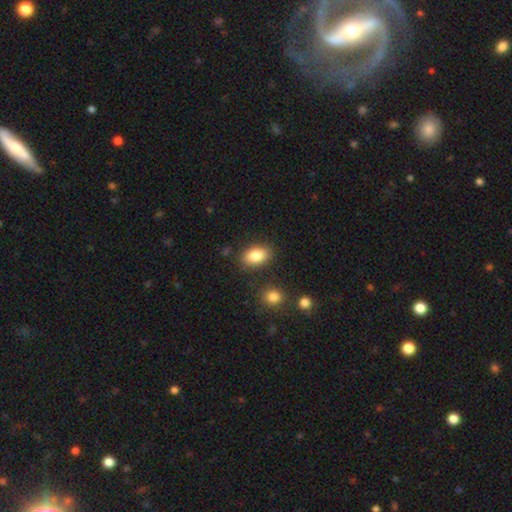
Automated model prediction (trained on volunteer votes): A smooth galaxy with no disk features (84%) that is in between round and cigar-shaped (87%).

Vote fractions:
- Smooth or featured? smooth: 84% / star or artifact: 8% / featured or disk: 8%
- How rounded? in between: 87% / round: 11% / cigar-shaped: 2%
- Merging? none: 83% / minor disturbance: 10% / merger: 4% / major disturbance: 3%